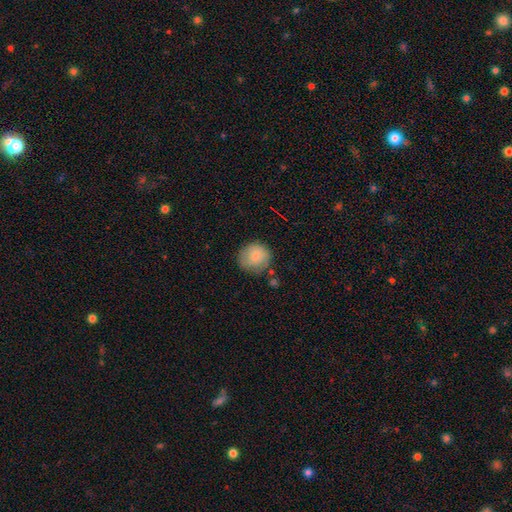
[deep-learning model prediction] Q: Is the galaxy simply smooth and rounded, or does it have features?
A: smooth — 79%.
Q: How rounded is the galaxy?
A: round — 88%.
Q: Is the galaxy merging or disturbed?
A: none — 71%.